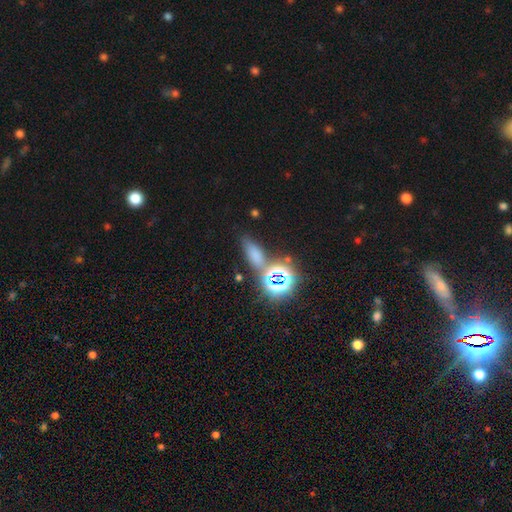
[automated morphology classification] smooth 59%, star or artifact 31%, featured or disk 10%. Down the decision tree: how rounded — in between (61%); merging — none (66%).